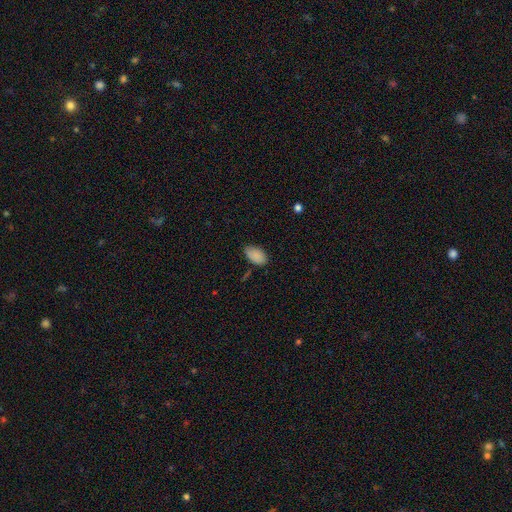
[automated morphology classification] smooth_or_featured: smooth (p=0.87) [alt: star or artifact p=0.08]
how_rounded: in between (p=0.94) [alt: round p=0.05]
merging: none (p=0.73) [alt: minor disturbance p=0.21]